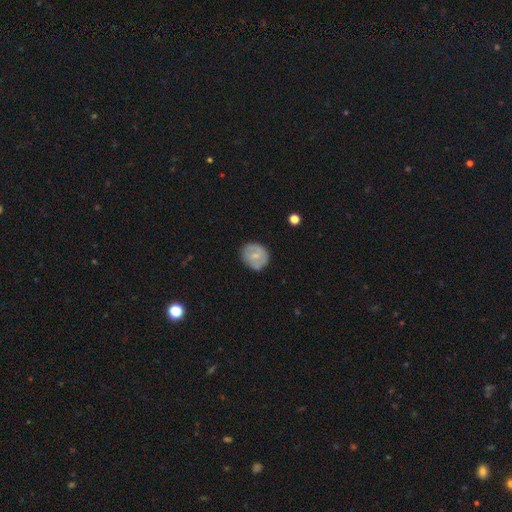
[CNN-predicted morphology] Q: Smooth or featured?
A: smooth (59%); runner-up: featured or disk (34%)
Q: How rounded?
A: round (73%); runner-up: in between (26%)
Q: Merging?
A: none (75%); runner-up: minor disturbance (18%)